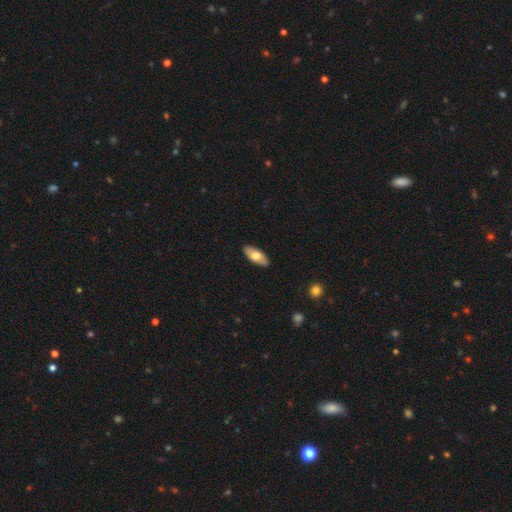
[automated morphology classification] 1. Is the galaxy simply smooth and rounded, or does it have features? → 69% smooth, 25% featured or disk, 6% star or artifact.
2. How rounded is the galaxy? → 85% in between, 13% cigar-shaped, 2% round.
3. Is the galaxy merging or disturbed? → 89% none, 9% minor disturbance, 2% major disturbance, 1% merger.